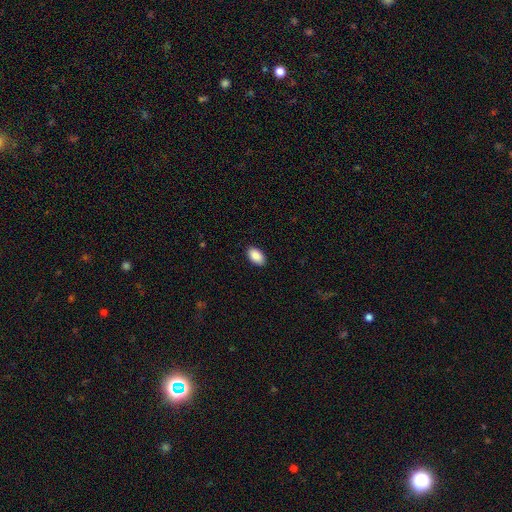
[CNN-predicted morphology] The model was most divided on "merging": none: 89%, minor disturbance: 8%, major disturbance: 2%, merger: 1%. More confident: how rounded — in between (94%); smooth or featured — smooth (90%).